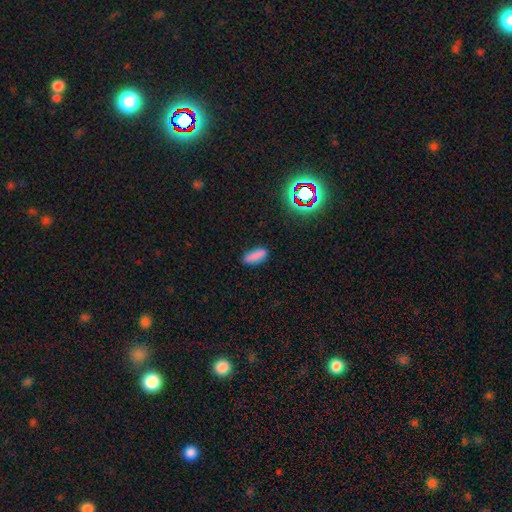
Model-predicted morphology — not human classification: type=smooth (83%); roundness=in between (69%); merging=none (84%).